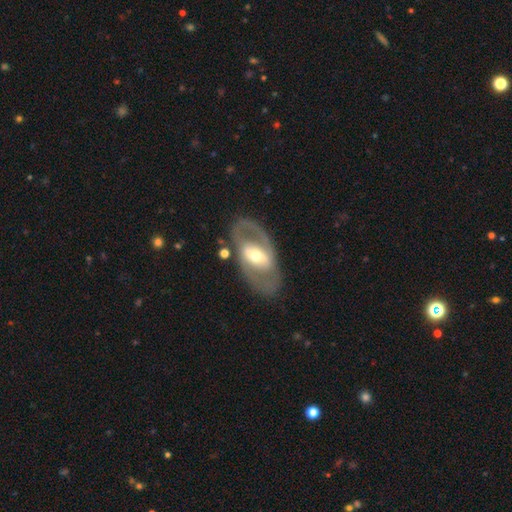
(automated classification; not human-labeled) This appears to be a featured or disk galaxy (75%) with a strong bar (42%), spiral arms (57%) and a moderate central bulge (56%). Merging: none (76%).